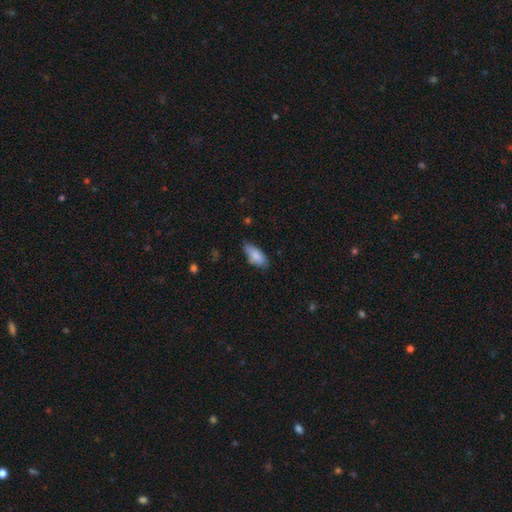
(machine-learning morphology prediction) smooth_or_featured: smooth (p=0.83) [alt: featured or disk p=0.10]
how_rounded: in between (p=0.87) [alt: cigar-shaped p=0.11]
merging: none (p=0.64) [alt: minor disturbance p=0.30]